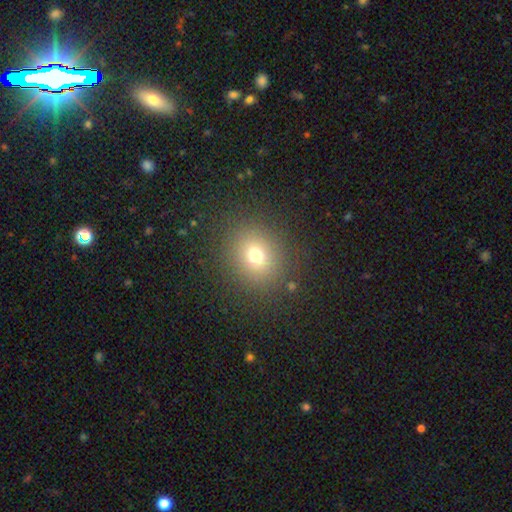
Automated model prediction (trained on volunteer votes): smooth_or_featured: smooth (p=0.70) [alt: star or artifact p=0.19]
how_rounded: round (p=0.79) [alt: in between p=0.20]
merging: none (p=0.86) [alt: minor disturbance p=0.08]